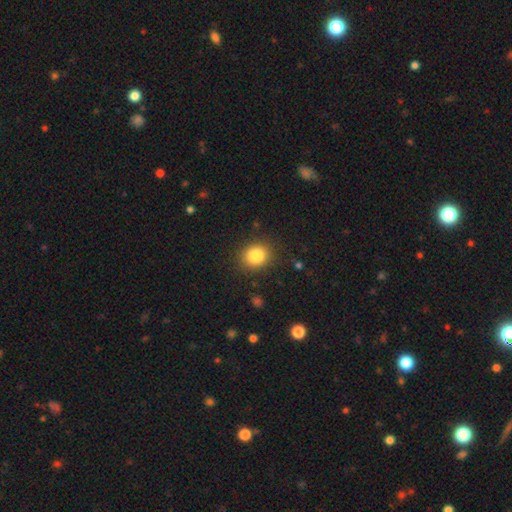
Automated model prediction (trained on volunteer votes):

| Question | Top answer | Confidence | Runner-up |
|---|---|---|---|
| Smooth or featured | smooth | 85% | star or artifact (10%) |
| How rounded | round | 69% | in between (30%) |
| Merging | none | 86% | minor disturbance (9%) |